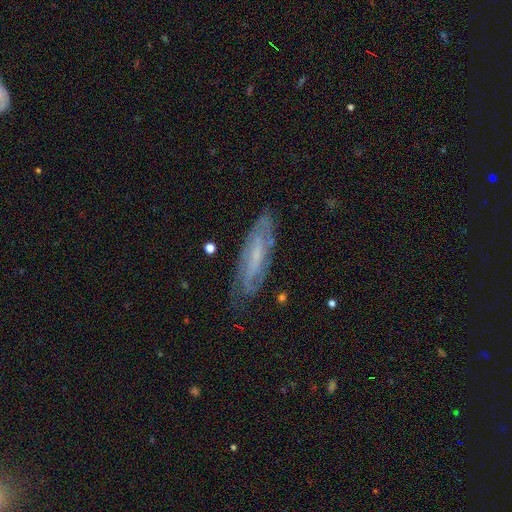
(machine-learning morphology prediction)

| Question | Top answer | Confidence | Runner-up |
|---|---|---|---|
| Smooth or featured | featured or disk | 72% | smooth (19%) |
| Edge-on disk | no | 73% | yes (27%) |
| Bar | weak | 43% | no (37%) |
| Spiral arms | yes | 87% | no (13%) |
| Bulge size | small | 56% | none (22%) |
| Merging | none | 74% | minor disturbance (18%) |